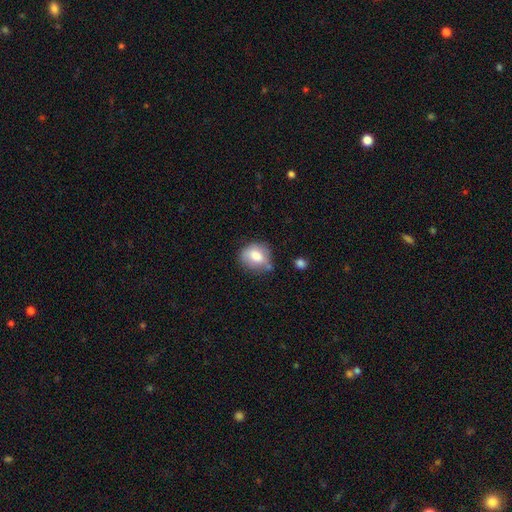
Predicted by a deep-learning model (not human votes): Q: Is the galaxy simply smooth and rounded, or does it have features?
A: smooth — 78%.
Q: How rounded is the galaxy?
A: round — 62%.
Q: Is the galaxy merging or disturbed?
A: none — 54%.